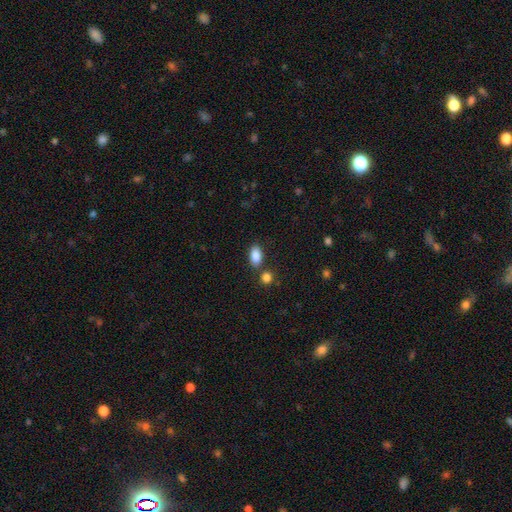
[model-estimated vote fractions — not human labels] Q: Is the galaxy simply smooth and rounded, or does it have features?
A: smooth — 87%.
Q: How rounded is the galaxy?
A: in between — 90%.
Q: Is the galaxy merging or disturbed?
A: none — 74%.